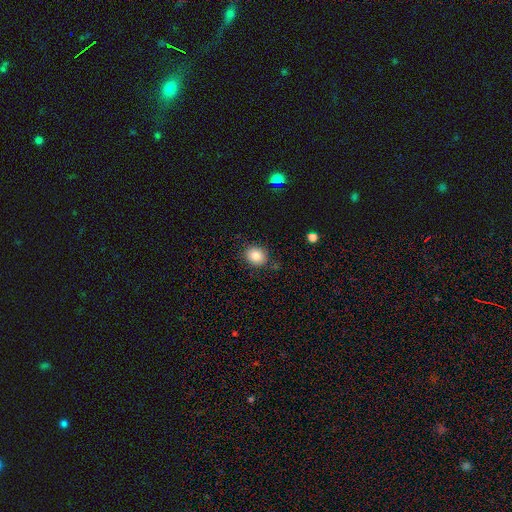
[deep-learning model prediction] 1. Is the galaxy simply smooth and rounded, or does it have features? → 84% smooth, 10% star or artifact, 7% featured or disk.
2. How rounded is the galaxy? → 63% round, 36% in between, 1% cigar-shaped.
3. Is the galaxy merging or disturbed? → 83% none, 12% minor disturbance, 3% major disturbance, 2% merger.